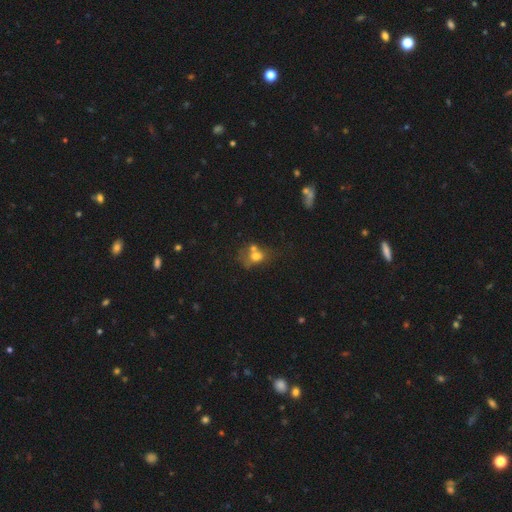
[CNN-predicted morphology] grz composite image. It shows a smooth galaxy with no disk features (64%) that is round (51%). Merging: merger (44%).